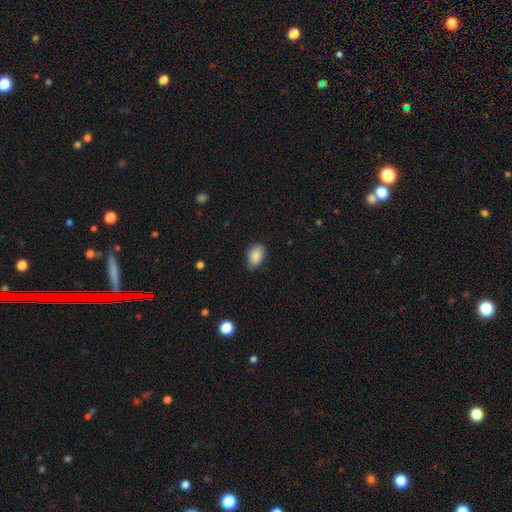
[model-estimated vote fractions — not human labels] Smooth or featured? smooth (86%)
How rounded? in between (87%)
Merging? none (75%)